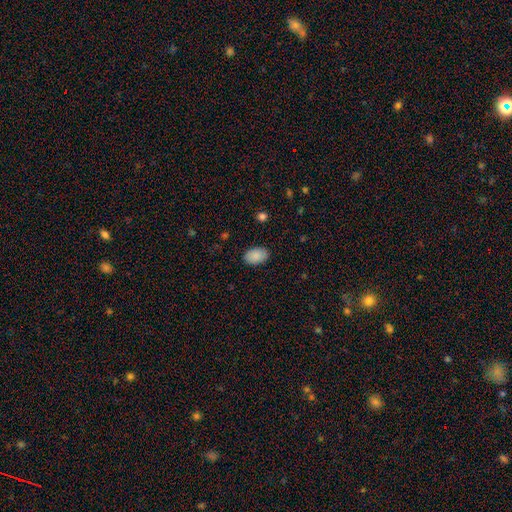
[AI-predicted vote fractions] smooth-or-featured: smooth: 90% | star or artifact: 7% | featured or disk: 4%
  how-rounded: in between: 92% | round: 7% | cigar-shaped: 1%
  merging: none: 89% | minor disturbance: 8% | major disturbance: 2% | merger: 1%